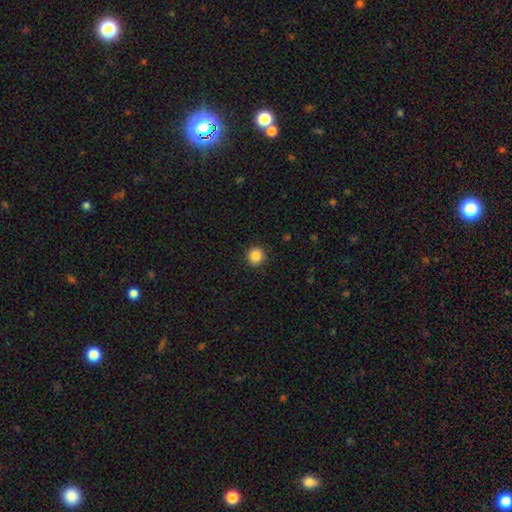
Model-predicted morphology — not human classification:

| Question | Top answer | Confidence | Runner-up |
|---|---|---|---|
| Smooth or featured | smooth | 87% | star or artifact (10%) |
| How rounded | round | 95% | in between (4%) |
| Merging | none | 92% | minor disturbance (5%) |